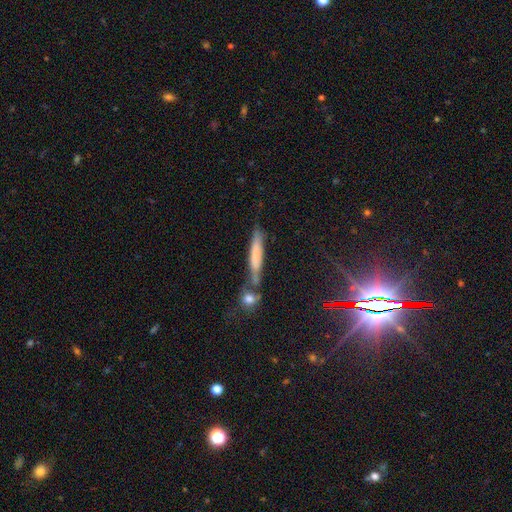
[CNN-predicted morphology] type=smooth (62%); roundness=cigar-shaped (89%); merging=none (56%).